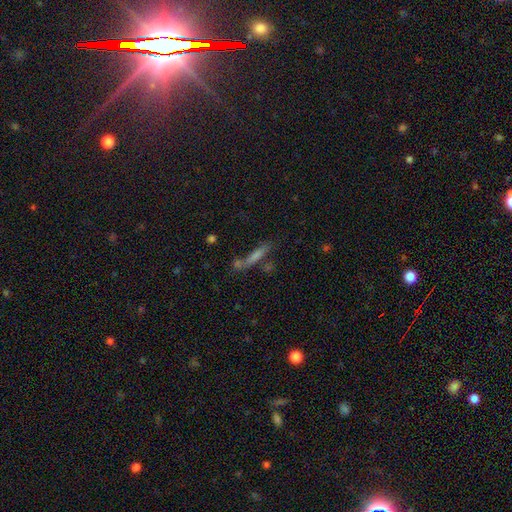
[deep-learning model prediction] smooth_or_featured: smooth (p=0.51) [alt: featured or disk p=0.31]
how_rounded: cigar-shaped (p=0.85) [alt: in between p=0.12]
merging: none (p=0.54) [alt: merger p=0.21]